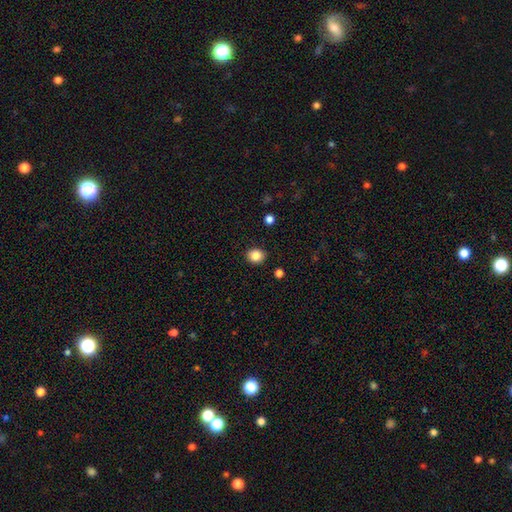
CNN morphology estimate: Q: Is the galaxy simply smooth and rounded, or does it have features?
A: smooth — 84%.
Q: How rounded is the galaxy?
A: round — 73%.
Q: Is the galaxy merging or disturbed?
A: none — 90%.